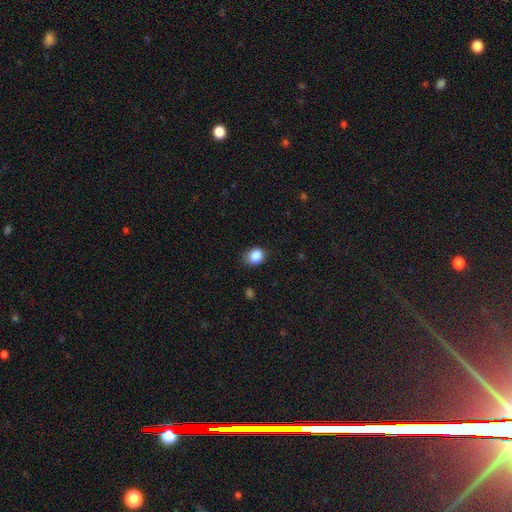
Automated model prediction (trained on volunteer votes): smooth_or_featured: smooth (p=0.87) [alt: star or artifact p=0.10]
how_rounded: round (p=0.58) [alt: in between p=0.41]
merging: none (p=0.72) [alt: minor disturbance p=0.23]